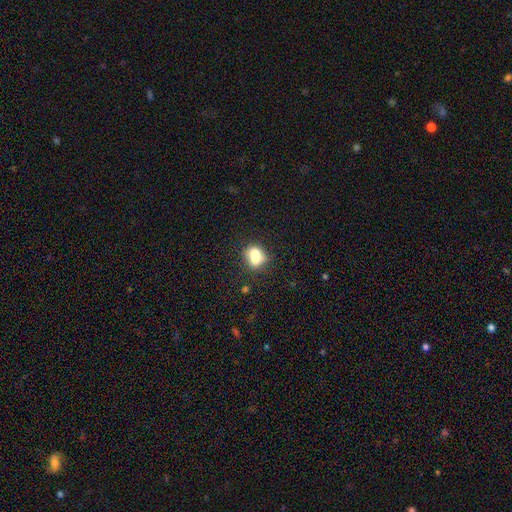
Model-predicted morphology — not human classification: Q: Smooth or featured?
A: smooth (73%); runner-up: featured or disk (16%)
Q: How rounded?
A: in between (58%); runner-up: round (38%)
Q: Merging?
A: none (51%); runner-up: merger (22%)